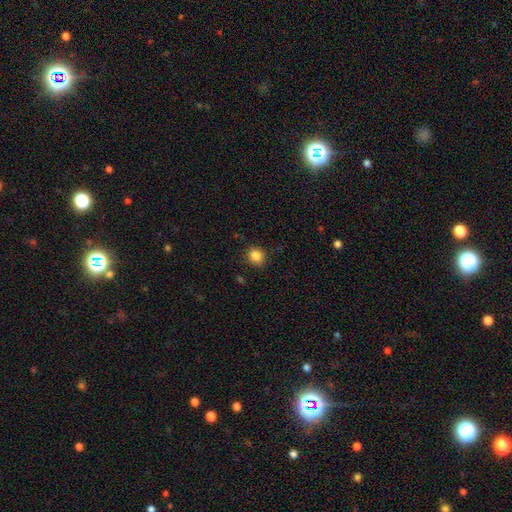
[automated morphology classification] smooth-or-featured: smooth: 85% | star or artifact: 11% | featured or disk: 4%
  how-rounded: round: 78% | in between: 21% | cigar-shaped: 1%
  merging: none: 87% | minor disturbance: 9% | major disturbance: 2% | merger: 1%